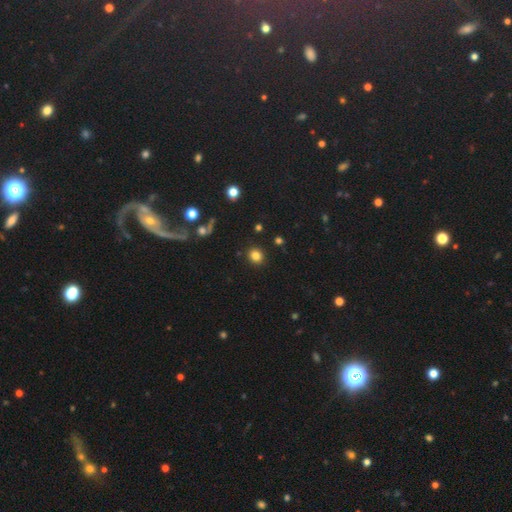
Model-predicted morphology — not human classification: Smooth or featured? Predicted: smooth (p=0.82). How rounded? Predicted: round (p=0.81). Merging? Predicted: none (p=0.90).